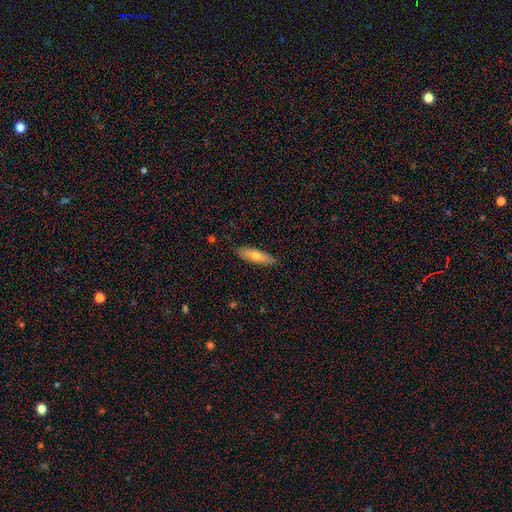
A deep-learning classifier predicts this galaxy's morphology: Smooth or featured: smooth — 62% (featured or disk — 32%)
How rounded: cigar-shaped — 60% (in between — 38%)
Merging: none — 86% (minor disturbance — 11%)